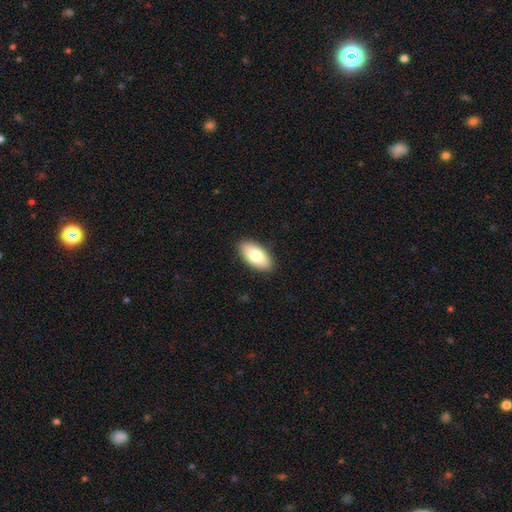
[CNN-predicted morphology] type=smooth (78%); roundness=in between (93%); merging=none (89%).